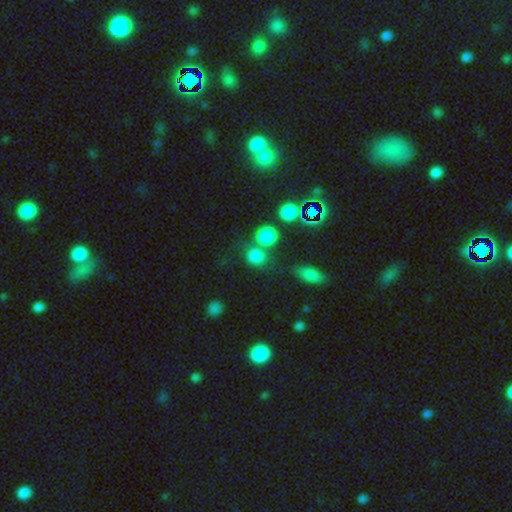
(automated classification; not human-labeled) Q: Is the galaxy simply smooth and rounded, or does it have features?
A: smooth — 79%.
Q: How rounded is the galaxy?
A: round — 78%.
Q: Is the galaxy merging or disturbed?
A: none — 57%.